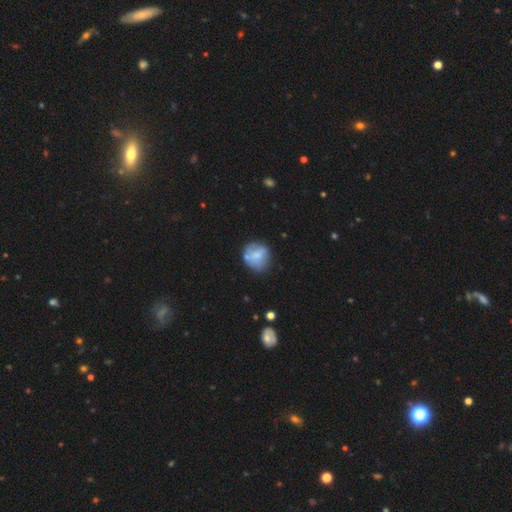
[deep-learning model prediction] Overall: smooth (62%; featured or disk 30%). How rounded: round (80%). Merging: none (59%; minor disturbance 23%).